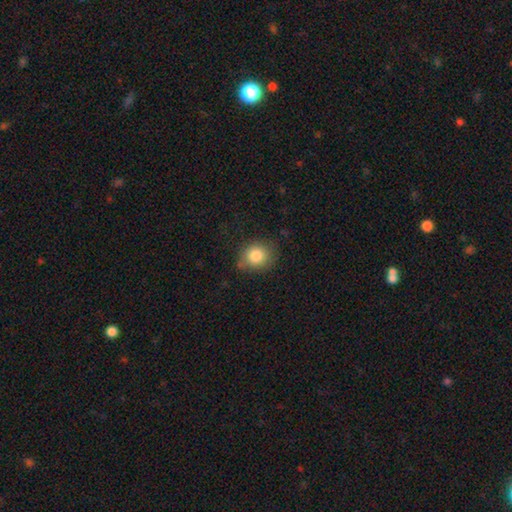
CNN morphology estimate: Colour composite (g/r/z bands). It shows a smooth galaxy with no disk features (83%) that is round (76%). Merging: none (75%).